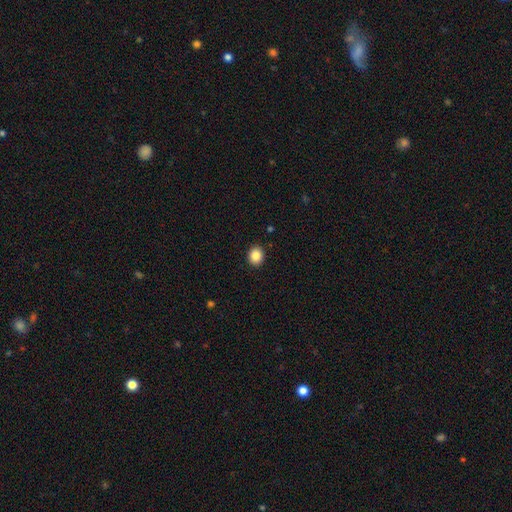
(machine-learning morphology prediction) Smooth or featured? smooth (87%)
How rounded? round (64%)
Merging? none (92%)